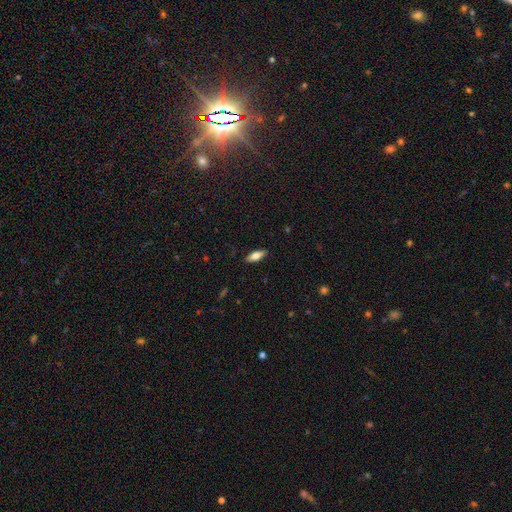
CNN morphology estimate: type=smooth (64%); roundness=in between (65%); merging=none (88%).